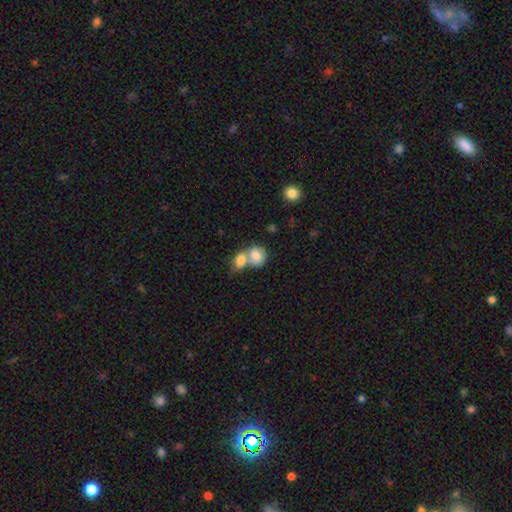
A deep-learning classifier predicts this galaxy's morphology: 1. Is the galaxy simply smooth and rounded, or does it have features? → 79% smooth, 14% featured or disk, 7% star or artifact.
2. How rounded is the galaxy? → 50% round, 49% in between, 1% cigar-shaped.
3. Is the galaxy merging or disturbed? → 68% merger, 22% none, 7% minor disturbance, 3% major disturbance.